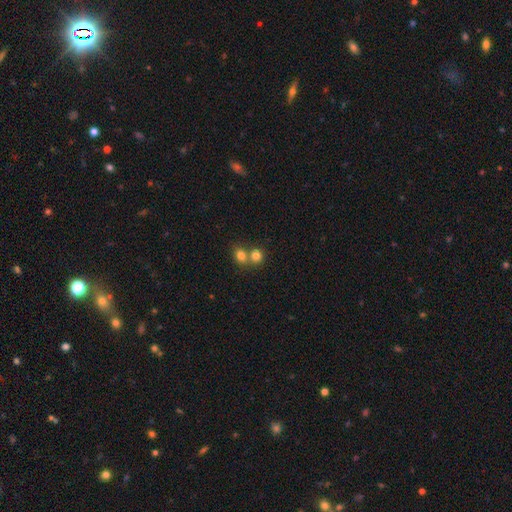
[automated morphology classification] type=smooth (79%); roundness=round (80%); merging=merger (52%).